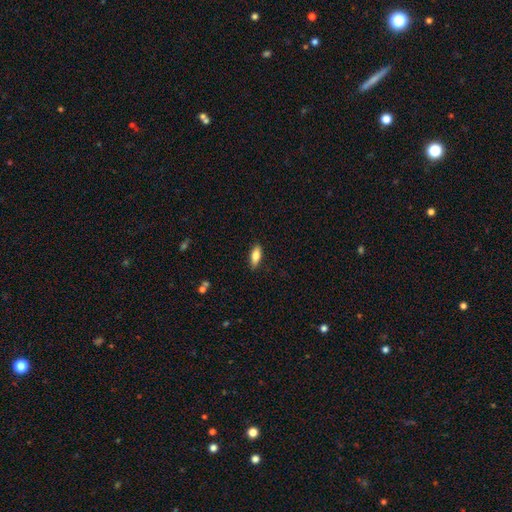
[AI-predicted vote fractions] A smooth galaxy with no disk features (77%) that is in between round and cigar-shaped (74%). Merging: none (88%).